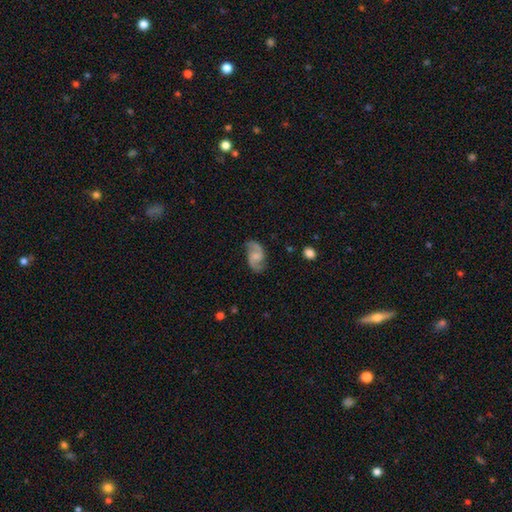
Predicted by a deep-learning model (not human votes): A featured or disk galaxy (80%) with a weak bar (46%), 2 (92%) loose (47%) spiral arms (95%) and a small central bulge (47%). Merging: none (78%).